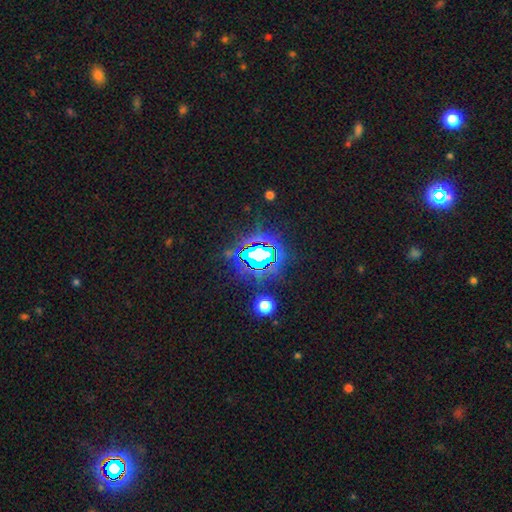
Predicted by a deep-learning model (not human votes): smooth-or-featured: star or artifact: 75% | smooth: 14% | featured or disk: 11%